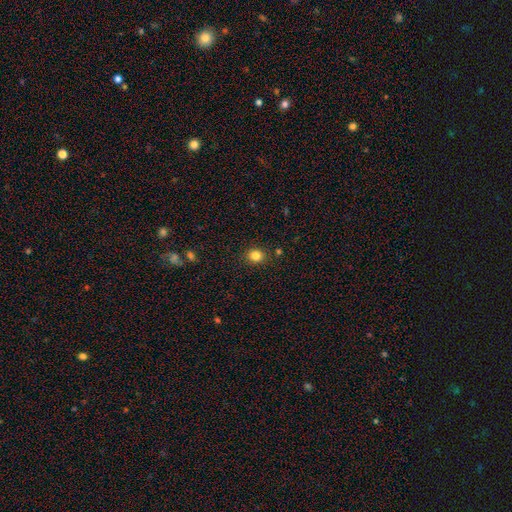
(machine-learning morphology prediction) smooth-or-featured: smooth: 83% | star or artifact: 12% | featured or disk: 5%
  how-rounded: round: 76% | in between: 23% | cigar-shaped: 1%
  merging: none: 89% | minor disturbance: 7% | major disturbance: 2% | merger: 2%